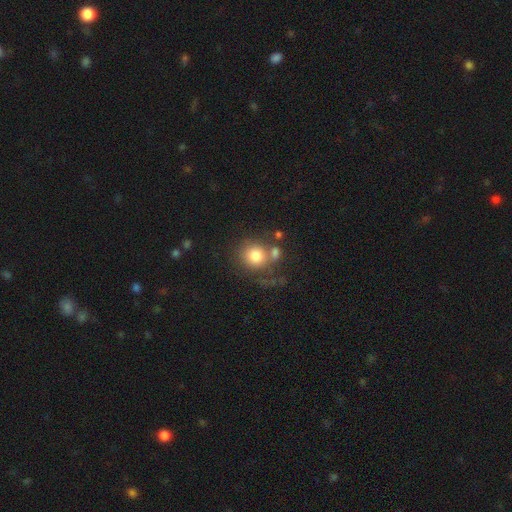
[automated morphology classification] Q: Smooth or featured?
A: smooth (79%); runner-up: featured or disk (12%)
Q: How rounded?
A: round (86%); runner-up: in between (13%)
Q: Merging?
A: none (49%); runner-up: merger (24%)